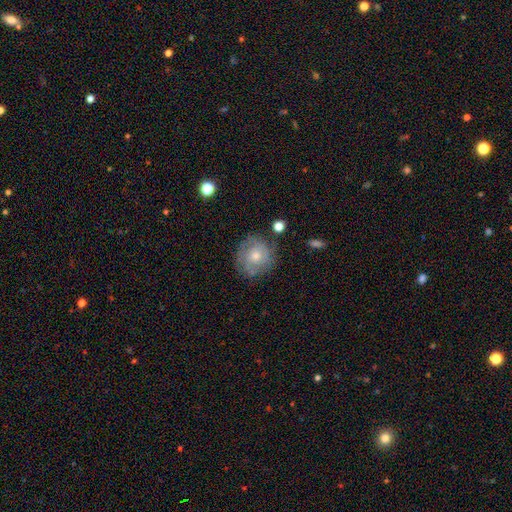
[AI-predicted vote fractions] smooth_or_featured: featured or disk (p=0.55) [alt: smooth p=0.35]
disk_edge_on: no (p=0.97) [alt: yes p=0.03]
bar: no (p=0.83) [alt: weak p=0.15]
has_spiral_arms: yes (p=0.75) [alt: no p=0.25]
bulge_size: moderate (p=0.56) [alt: small p=0.38]
merging: none (p=0.77) [alt: minor disturbance p=0.16]